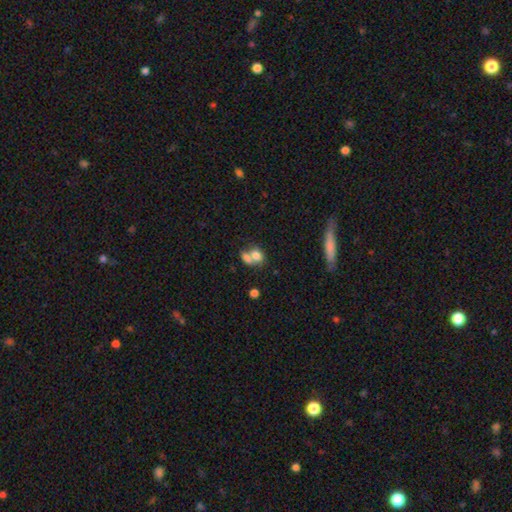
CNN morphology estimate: Smooth or featured? Predicted: smooth (p=0.75). How rounded? Predicted: in between (p=0.56). Merging? Predicted: merger (p=0.60).